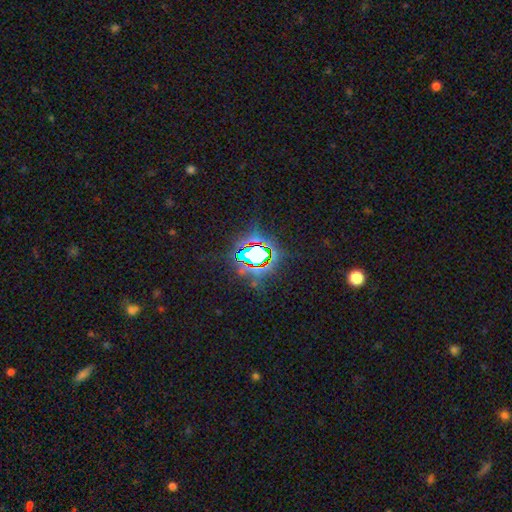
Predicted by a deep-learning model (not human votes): A star or artifact, not a galaxy (76%).

Vote fractions:
- Smooth or featured? star or artifact: 76% / smooth: 14% / featured or disk: 11%